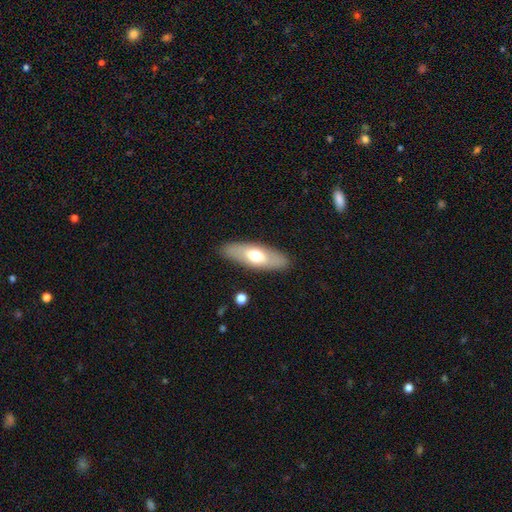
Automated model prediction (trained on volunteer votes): A smooth galaxy with no disk features (58%) that is in between round and cigar-shaped (64%).

Vote fractions:
- Smooth or featured? smooth: 58% / featured or disk: 36% / star or artifact: 6%
- How rounded? in between: 64% / cigar-shaped: 34% / round: 3%
- Merging? none: 87% / minor disturbance: 9% / major disturbance: 2% / merger: 1%